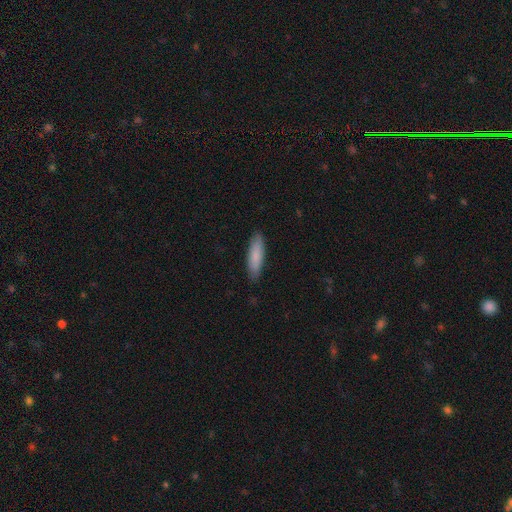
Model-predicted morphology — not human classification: A smooth galaxy with no disk features (83%) that is cigar-shaped (65%).

Vote fractions:
- Smooth or featured? smooth: 83% / featured or disk: 11% / star or artifact: 5%
- How rounded? cigar-shaped: 65% / in between: 34% / round: 1%
- Merging? none: 87% / minor disturbance: 10% / major disturbance: 2% / merger: 1%